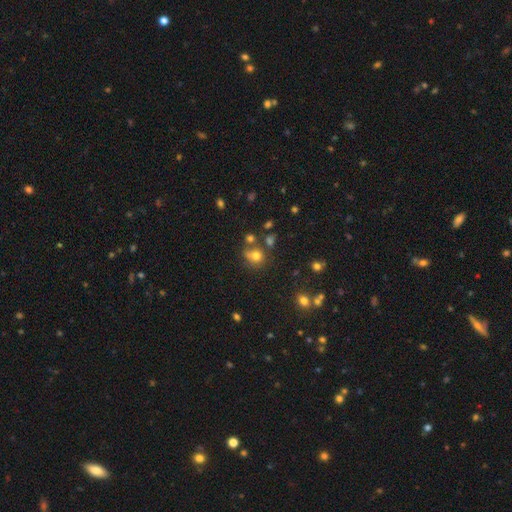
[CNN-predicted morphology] A smooth galaxy with no disk features (73%) that is round (82%). Merging: none (56%).